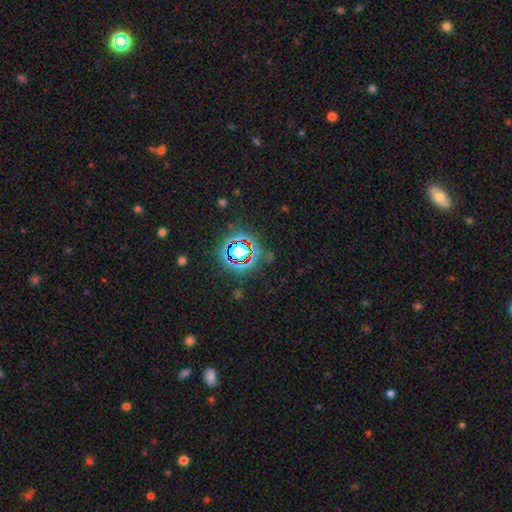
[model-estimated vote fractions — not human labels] This appears to be a star or artifact, not a galaxy (78%).